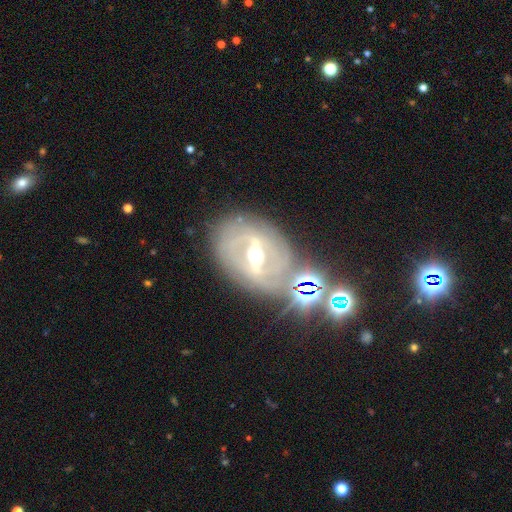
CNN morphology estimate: Smooth or featured?
  - featured or disk: 82% *
  - smooth: 9%
  - star or artifact: 9%
Edge-on disk?
  - no: 93% *
  - yes: 7%
Bar?
  - strong: 68% *
  - weak: 25%
  - no: 7%
Spiral arms?
  - yes: 72% *
  - no: 28%
Spiral winding?
  - tight: 47% *
  - medium: 36%
  - loose: 17%
Spiral arm count?
  - 2: 59% *
  - can't tell: 24%
  - 3: 7%
  - 1: 4%
  - 4: 3%
  - more than 4: 3%
Bulge size?
  - moderate: 77% *
  - small: 11%
  - large: 9%
  - dominant: 1%
  - none: 1%
Merging?
  - none: 69% *
  - minor disturbance: 15%
  - merger: 9%
  - major disturbance: 8%